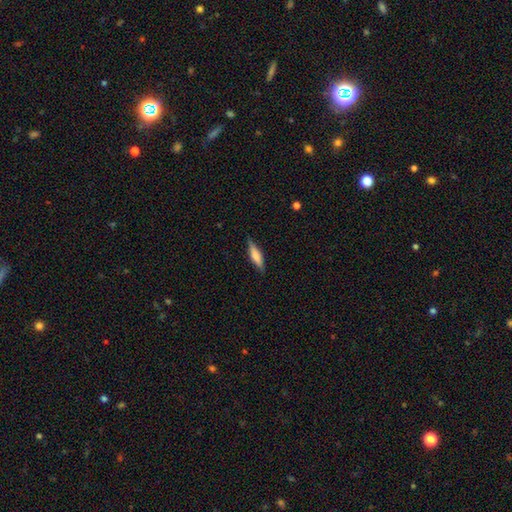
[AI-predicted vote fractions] A smooth galaxy with no disk features (56%) that is cigar-shaped (70%). Merging: none (85%).